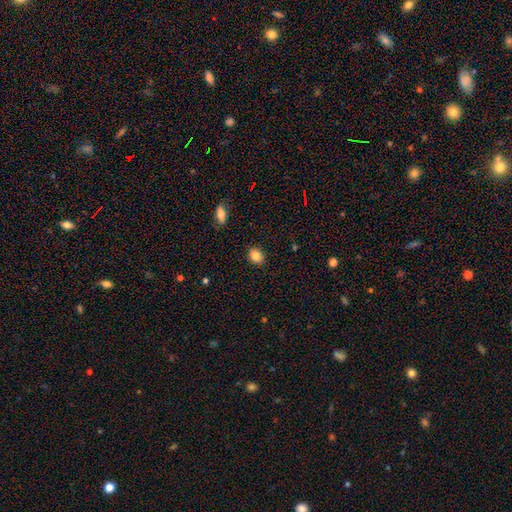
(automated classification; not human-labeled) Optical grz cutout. It shows a smooth galaxy with no disk features (85%) that is in between round and cigar-shaped (50%). Merging: none (89%).